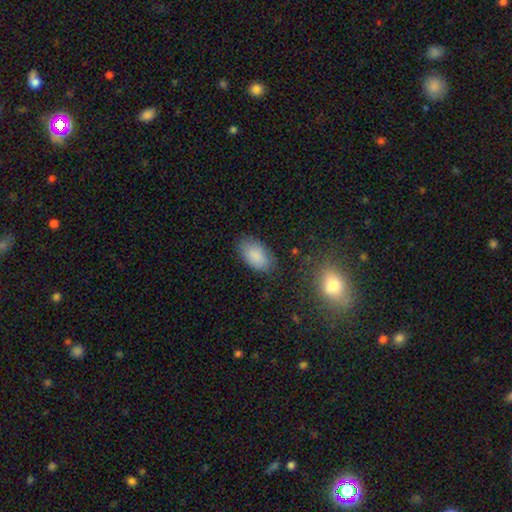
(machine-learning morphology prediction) A smooth galaxy with no disk features (87%) that is in between round and cigar-shaped (94%).

Vote fractions:
- Smooth or featured? smooth: 87% / star or artifact: 7% / featured or disk: 6%
- How rounded? in between: 94% / round: 4% / cigar-shaped: 2%
- Merging? none: 80% / minor disturbance: 14% / major disturbance: 4% / merger: 2%